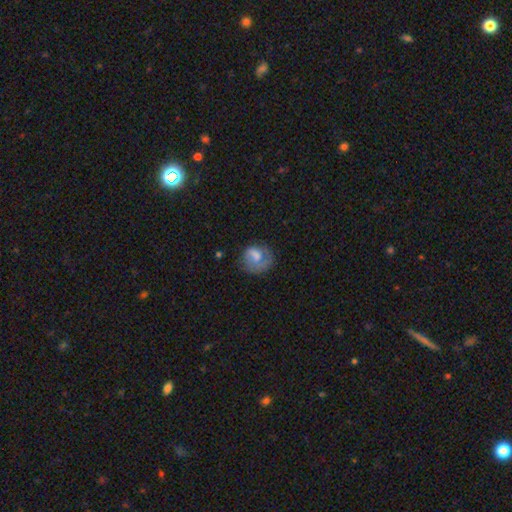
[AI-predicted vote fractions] smooth 48%, featured or disk 43%, star or artifact 9%. Down the decision tree: merging — none (60%).